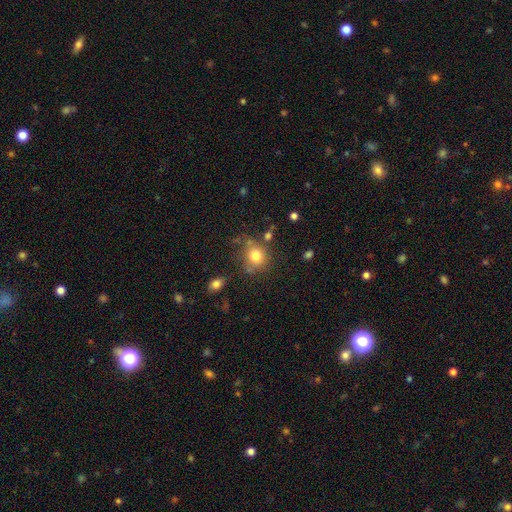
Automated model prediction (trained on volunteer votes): This appears to be a smooth galaxy with no disk features (79%) that is round (78%). Merging: none (66%).